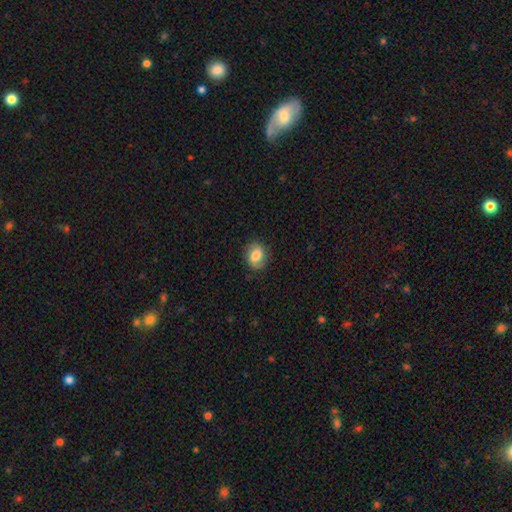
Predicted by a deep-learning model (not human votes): Morphology: type=smooth (72%); roundness=round (50%); merging=none (83%).